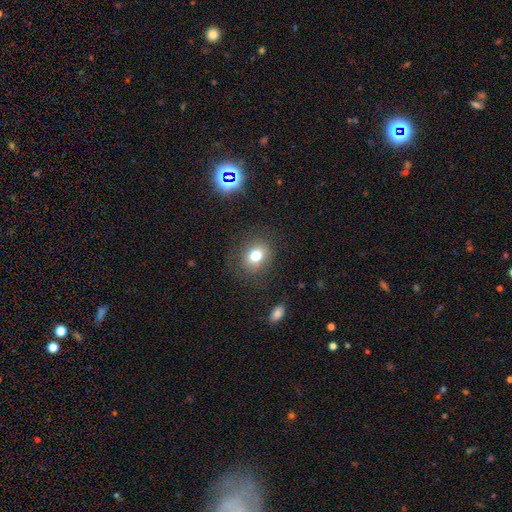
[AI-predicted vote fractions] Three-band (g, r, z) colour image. It shows a smooth galaxy with no disk features (76%) that is round (63%). Merging: none (81%).